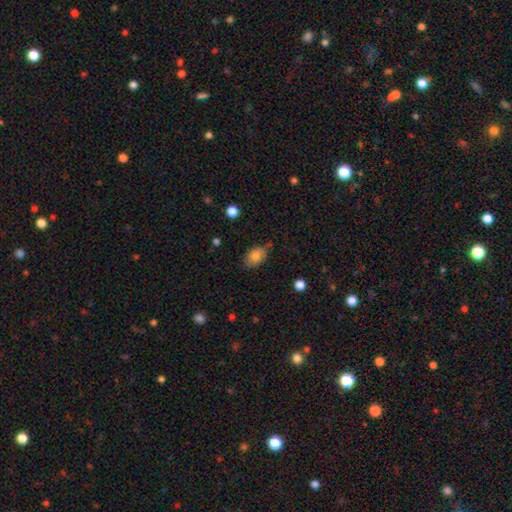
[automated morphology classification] type=smooth (83%); roundness=in between (84%); merging=none (63%).